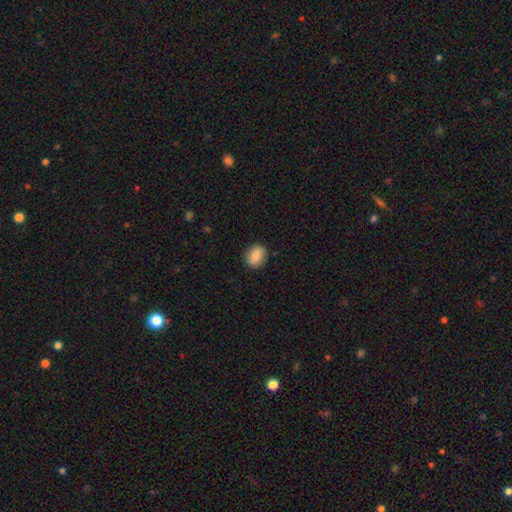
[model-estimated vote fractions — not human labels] A smooth galaxy with no disk features (86%) that is in between round and cigar-shaped (56%). Merging: none (87%).